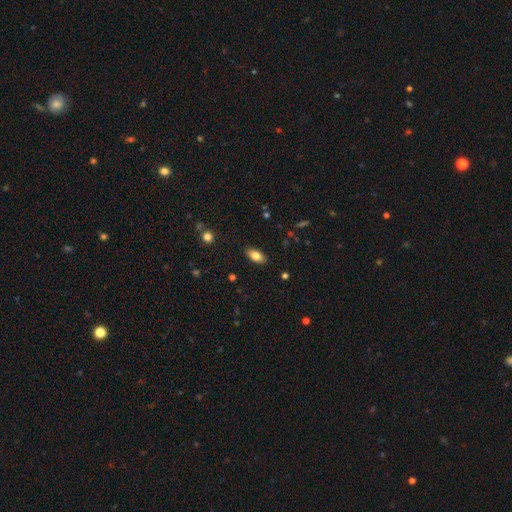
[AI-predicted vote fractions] This appears to be a smooth galaxy with no disk features (81%) that is in between round and cigar-shaped (89%). Merging: none (87%).